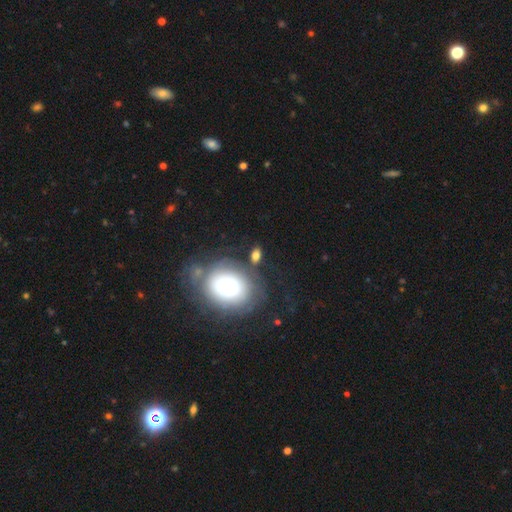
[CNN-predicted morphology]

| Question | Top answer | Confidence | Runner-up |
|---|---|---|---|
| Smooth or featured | smooth | 67% | featured or disk (21%) |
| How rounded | in between | 63% | round (33%) |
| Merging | none | 59% | minor disturbance (18%) |